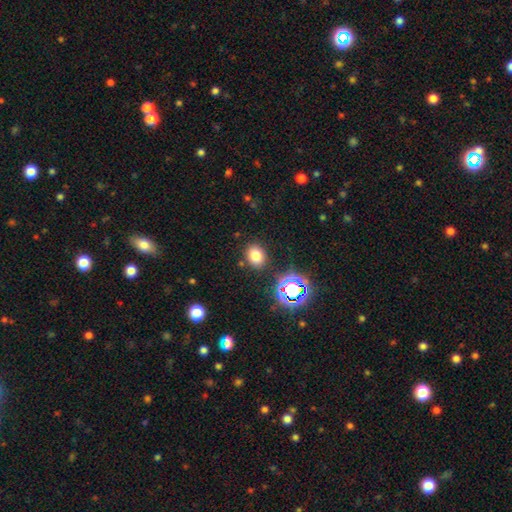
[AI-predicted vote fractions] A smooth galaxy with no disk features (74%) that is in between round and cigar-shaped (52%).

Vote fractions:
- Smooth or featured? smooth: 74% / star or artifact: 18% / featured or disk: 8%
- How rounded? in between: 52% / round: 47% / cigar-shaped: 1%
- Merging? none: 84% / minor disturbance: 10% / major disturbance: 3% / merger: 3%